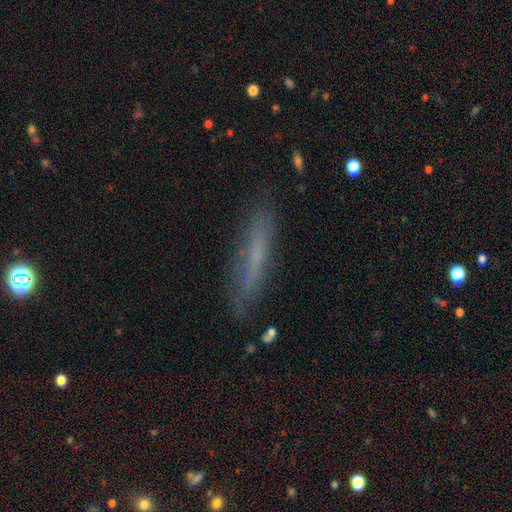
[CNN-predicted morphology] smooth_or_featured: smooth (p=0.54) [alt: featured or disk p=0.34]
how_rounded: cigar-shaped (p=0.89) [alt: in between p=0.09]
merging: none (p=0.83) [alt: minor disturbance p=0.13]